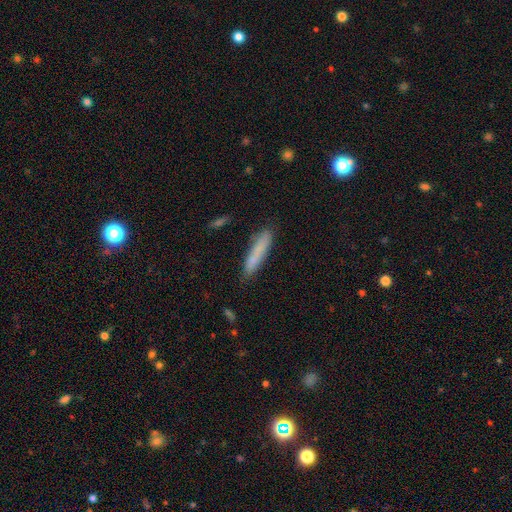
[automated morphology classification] smooth-or-featured: smooth: 77% | featured or disk: 15% | star or artifact: 8%
  how-rounded: cigar-shaped: 91% | in between: 7% | round: 1%
  merging: none: 87% | minor disturbance: 9% | major disturbance: 2% | merger: 2%